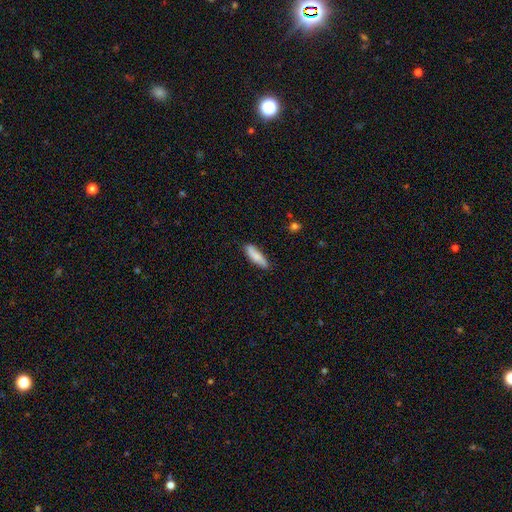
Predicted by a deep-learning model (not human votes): Smooth or featured? smooth (78%)
How rounded? cigar-shaped (60%)
Merging? none (82%)